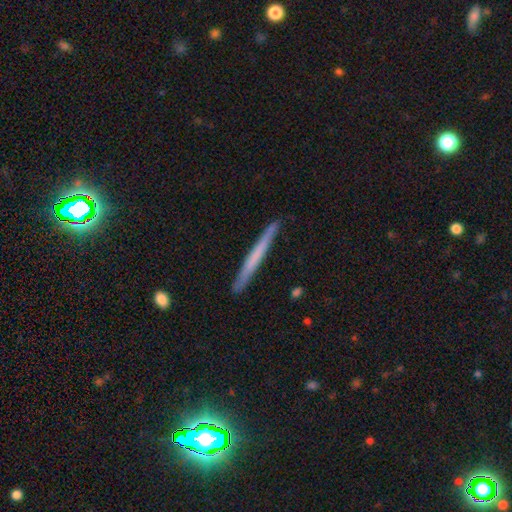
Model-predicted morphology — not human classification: smooth_or_featured: smooth (p=0.55) [alt: featured or disk p=0.40]
how_rounded: cigar-shaped (p=0.97) [alt: in between p=0.01]
merging: none (p=0.90) [alt: minor disturbance p=0.07]